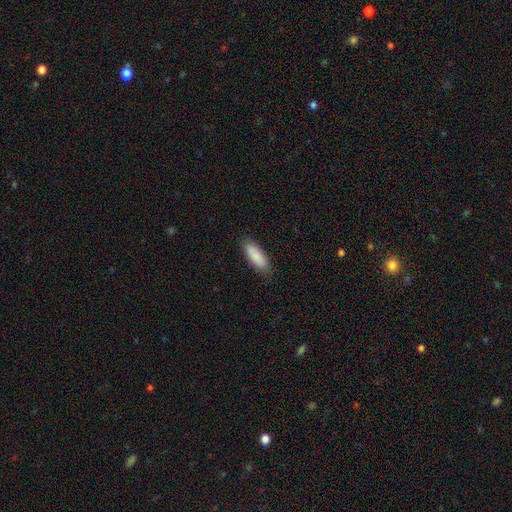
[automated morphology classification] smooth 87%, featured or disk 7%, star or artifact 6%. Down the decision tree: how rounded — in between (64%); merging — none (84%).